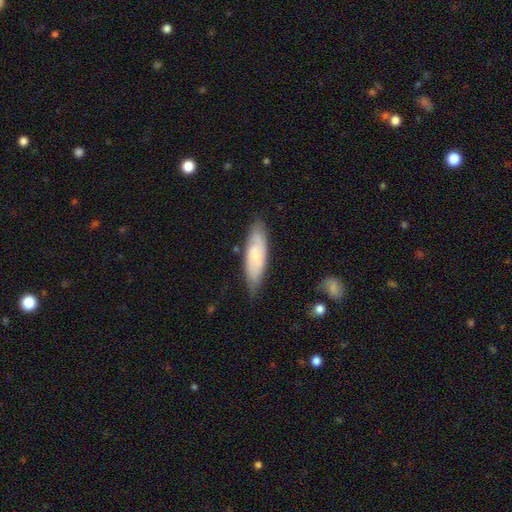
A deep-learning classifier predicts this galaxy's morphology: Smooth or featured? smooth (51%)
How rounded? cigar-shaped (52%)
Merging? none (72%)